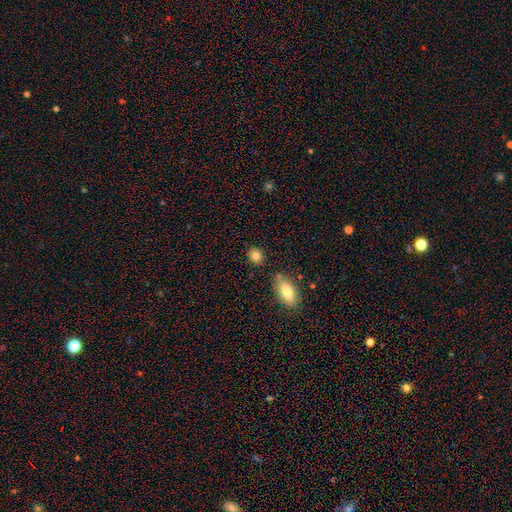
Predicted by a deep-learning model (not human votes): Q: Smooth or featured?
A: smooth (83%); runner-up: star or artifact (10%)
Q: How rounded?
A: round (56%); runner-up: in between (42%)
Q: Merging?
A: none (83%); runner-up: minor disturbance (10%)